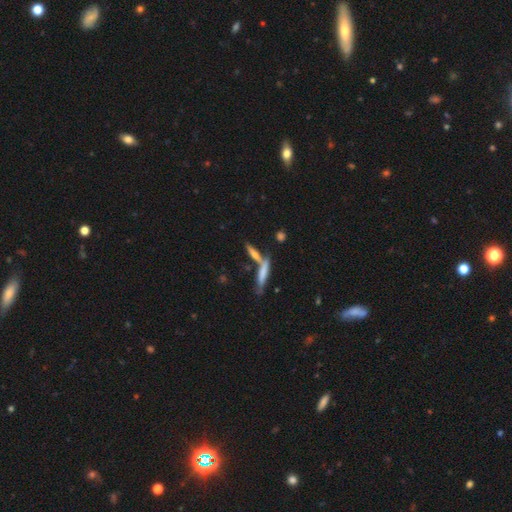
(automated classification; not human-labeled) The model was most divided on "smooth or featured": smooth: 45%, featured or disk: 41%, star or artifact: 15%. More confident: merging — none (52%).